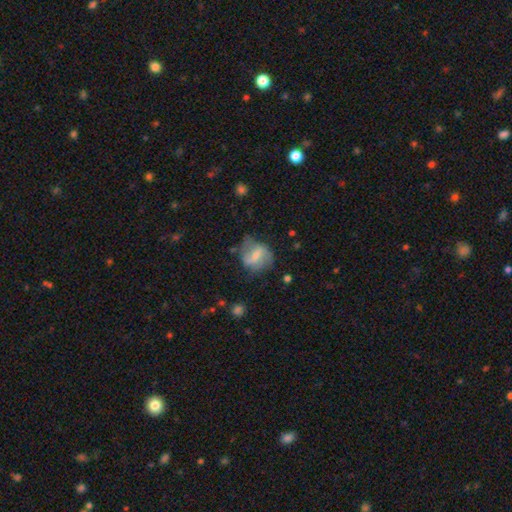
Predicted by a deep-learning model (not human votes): This is possibly a featured or disk galaxy (59%). It is clearly not viewed edge-on (96%). Bar: possibly weak (45%). Spiral arm pattern: likely yes (72%). Central bulge: possibly small (48%). Merging: possibly none (55%).